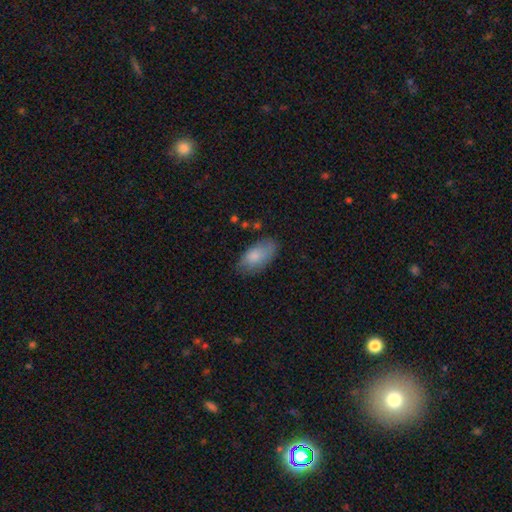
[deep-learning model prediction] A smooth galaxy with no disk features (82%) that is in between round and cigar-shaped (93%).

Vote fractions:
- Smooth or featured? smooth: 82% / featured or disk: 11% / star or artifact: 6%
- How rounded? in between: 93% / round: 3% / cigar-shaped: 3%
- Merging? none: 71% / minor disturbance: 22% / major disturbance: 5% / merger: 2%